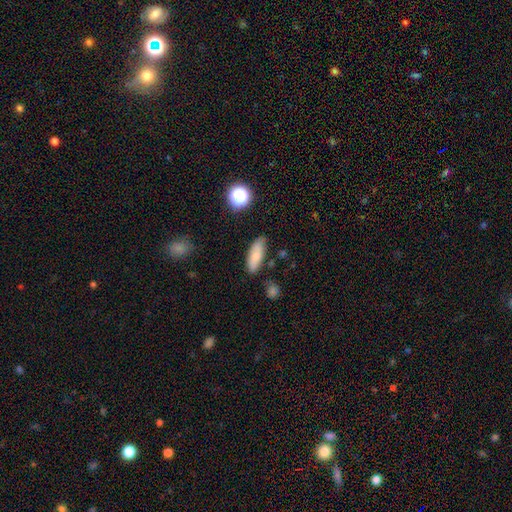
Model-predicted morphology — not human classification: Smooth or featured? Predicted: smooth (p=0.76). How rounded? Predicted: in between (p=0.68). Merging? Predicted: none (p=0.76).